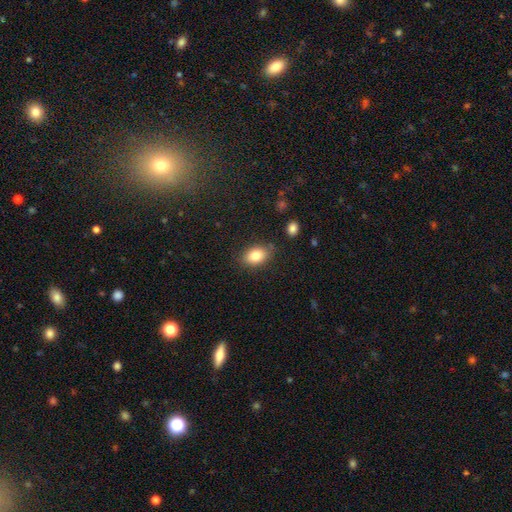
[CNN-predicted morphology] This appears to be a smooth galaxy with no disk features (83%) that is in between round and cigar-shaped (82%). Merging: none (82%).